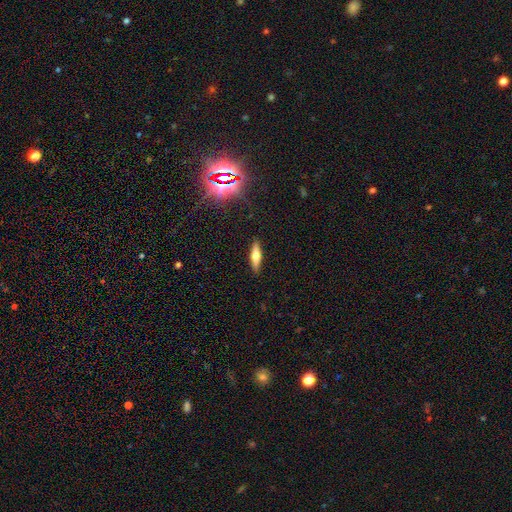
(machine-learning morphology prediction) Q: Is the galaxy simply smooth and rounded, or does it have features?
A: smooth — 51%.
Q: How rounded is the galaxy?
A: cigar-shaped — 72%.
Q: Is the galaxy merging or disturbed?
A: none — 90%.